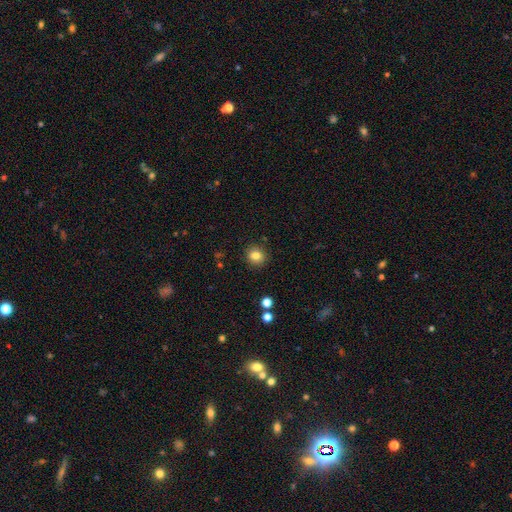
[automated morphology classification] A smooth galaxy with no disk features (82%) that is round (81%). Merging: none (90%).